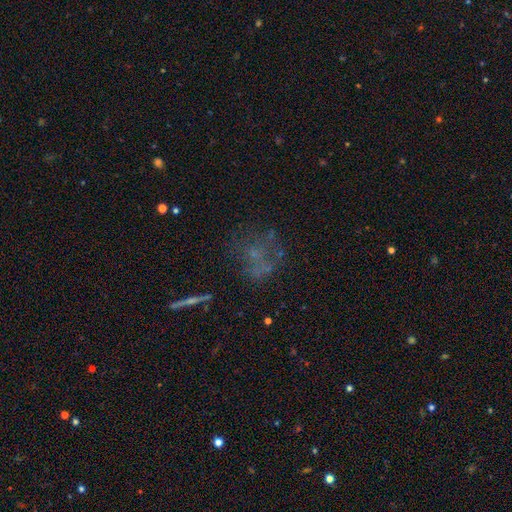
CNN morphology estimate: This appears to be a featured or disk galaxy (42%). Merging: none (55%).